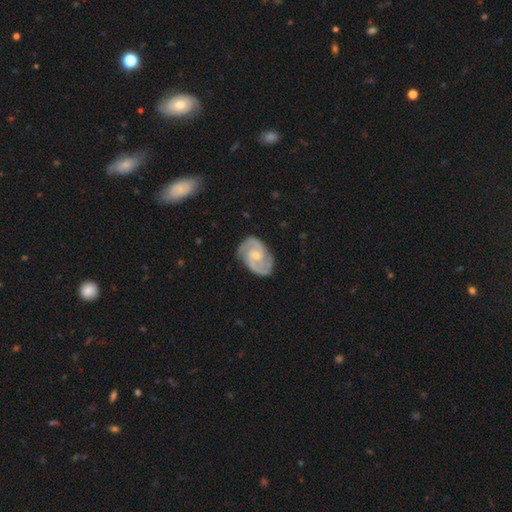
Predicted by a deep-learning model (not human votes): This appears to be a featured or disk galaxy (90%) with no bar (57%), 2 (85%) medium (52%) spiral arms (98%) and a small central bulge (60%). Merging: none (79%).